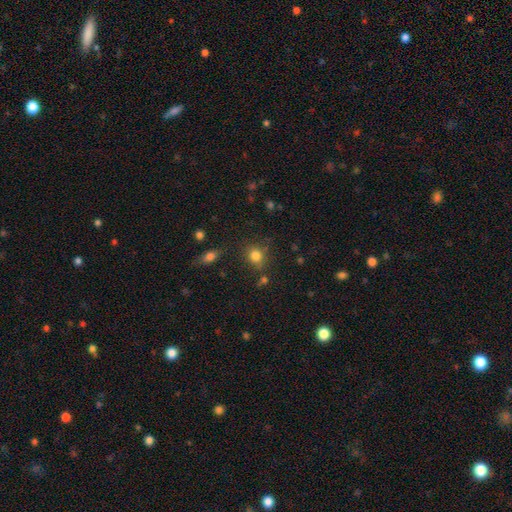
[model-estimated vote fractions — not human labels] This appears to be a smooth galaxy with no disk features (80%) that is round (76%). Merging: none (73%).